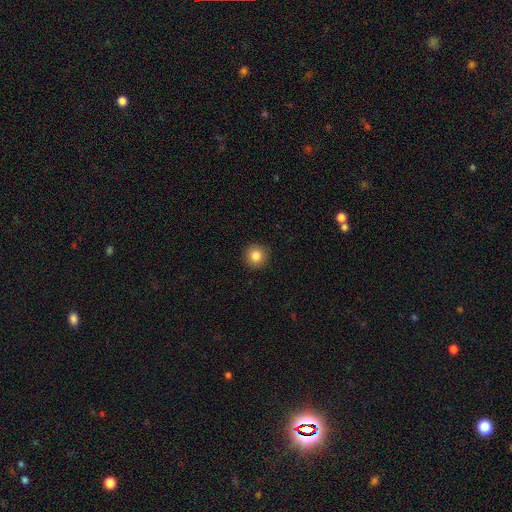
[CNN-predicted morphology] smooth-or-featured: smooth: 85% | star or artifact: 10% | featured or disk: 5%
  how-rounded: round: 95% | in between: 4% | cigar-shaped: 1%
  merging: none: 92% | minor disturbance: 5% | major disturbance: 2% | merger: 1%